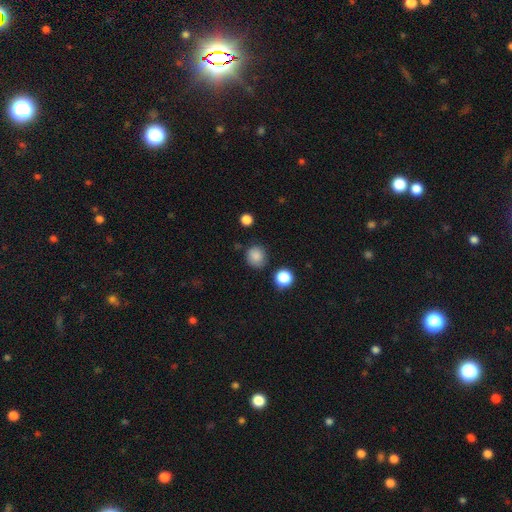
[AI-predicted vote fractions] smooth-or-featured: smooth: 85% | star or artifact: 11% | featured or disk: 4%
  how-rounded: round: 83% | in between: 16% | cigar-shaped: 1%
  merging: none: 80% | minor disturbance: 13% | major disturbance: 3% | merger: 3%